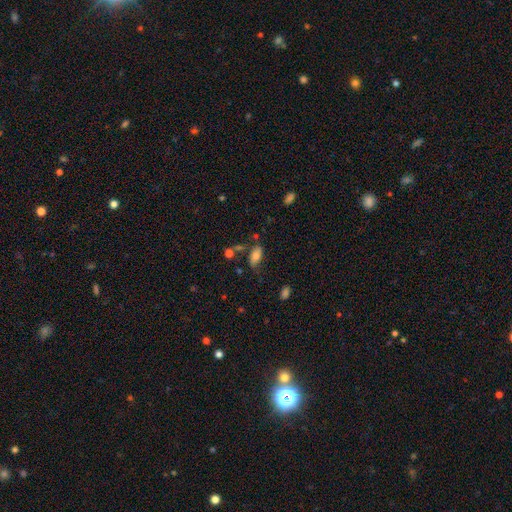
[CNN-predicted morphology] This is likely a smooth galaxy (75%). How rounded: clearly in between (89%). Merging: likely none (61%).